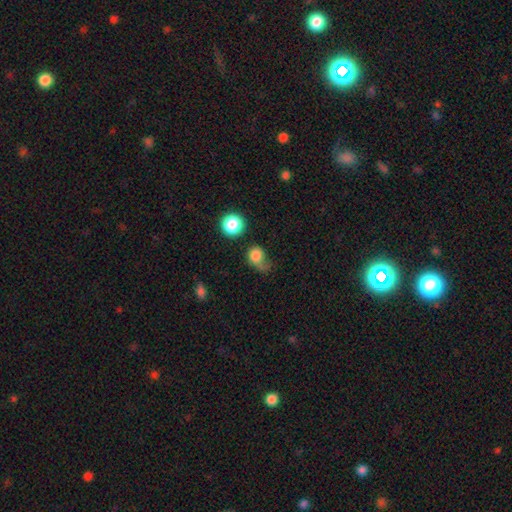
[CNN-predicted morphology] This is likely a smooth galaxy (78%). How rounded: likely round (66%). Merging: marginally major disturbance (42%).